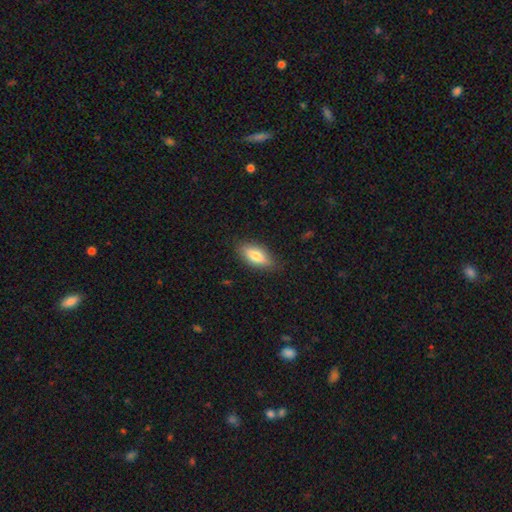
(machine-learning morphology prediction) Overall: smooth (76%). How rounded: in between (78%). Merging: none (82%).